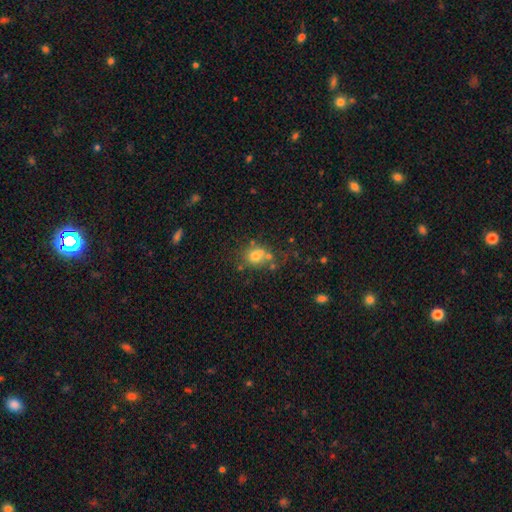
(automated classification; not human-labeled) smooth-or-featured: smooth: 67% | featured or disk: 17% | star or artifact: 16%
  how-rounded: round: 71% | in between: 28% | cigar-shaped: 1%
  merging: none: 47% | merger: 31% | minor disturbance: 14% | major disturbance: 8%